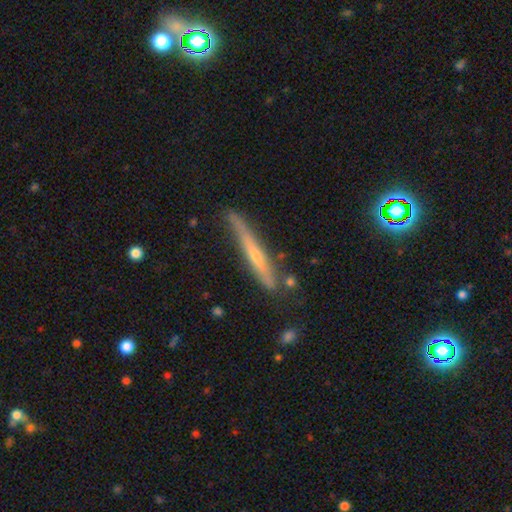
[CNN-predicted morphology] smooth_or_featured: featured or disk (p=0.65) [alt: smooth p=0.27]
disk_edge_on: yes (p=0.94) [alt: no p=0.06]
edge_on_bulge: rounded (p=0.65) [alt: none p=0.30]
merging: none (p=0.74) [alt: minor disturbance p=0.19]